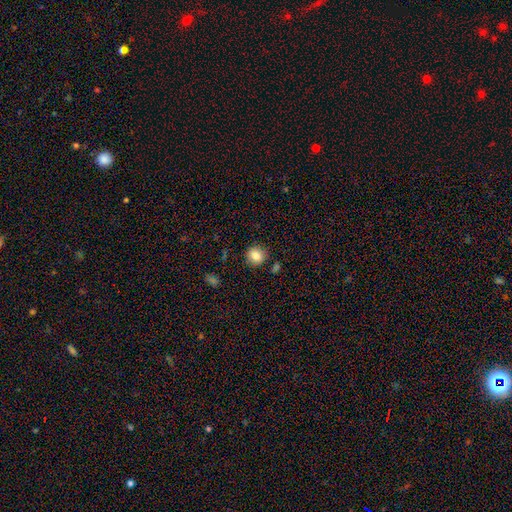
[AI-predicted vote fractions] Smooth or featured: smooth — 83% (star or artifact — 10%)
How rounded: round — 86% (in between — 13%)
Merging: none — 86% (minor disturbance — 9%)